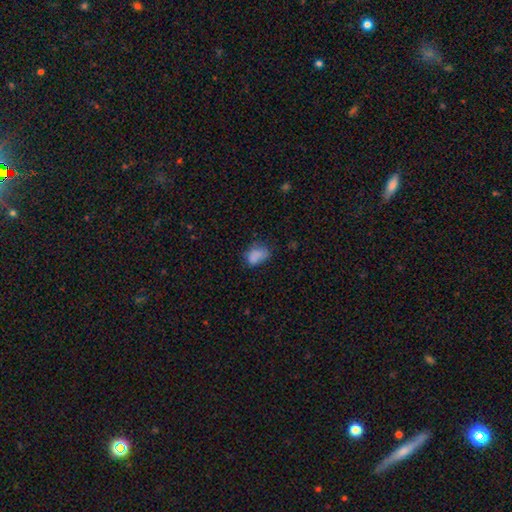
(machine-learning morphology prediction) type=smooth (78%); roundness=in between (82%); merging=none (43%).